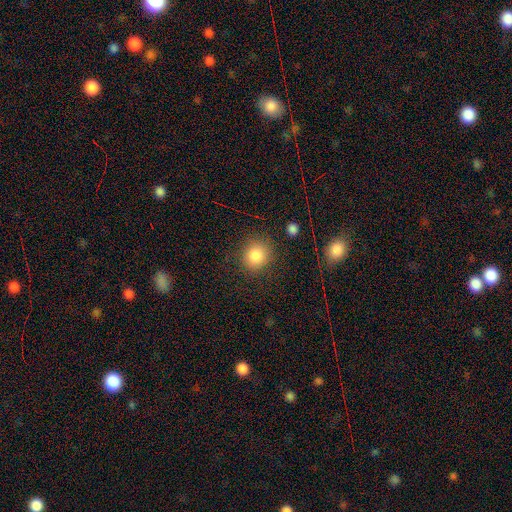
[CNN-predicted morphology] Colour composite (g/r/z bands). It shows a smooth galaxy with no disk features (85%) that is round (79%). Merging: none (82%).